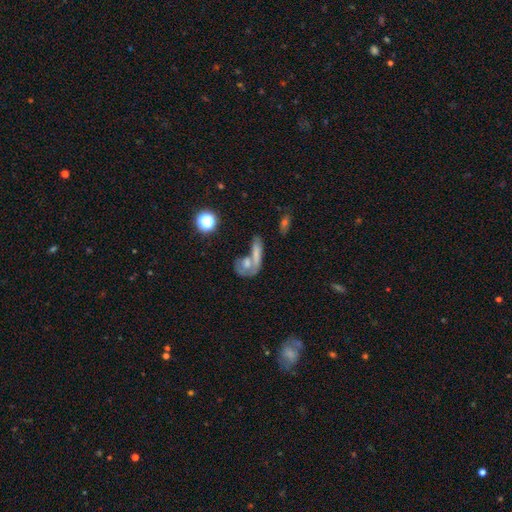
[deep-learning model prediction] Overall: smooth (58%; featured or disk 28%). How rounded: in between (50%; round 28%). Merging: merger (49%; none 31%).